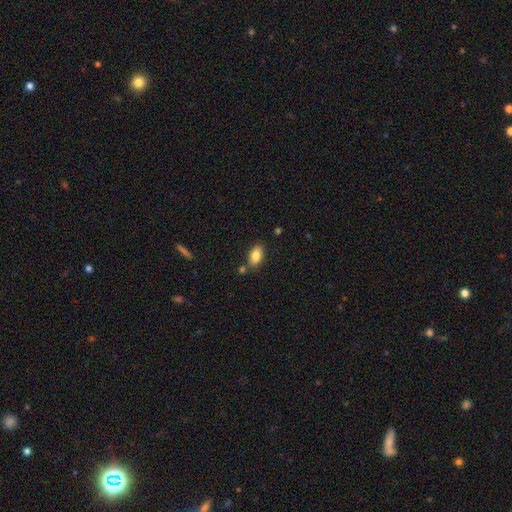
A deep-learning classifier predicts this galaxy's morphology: Q: Smooth or featured?
A: smooth (83%); runner-up: featured or disk (9%)
Q: How rounded?
A: in between (90%); runner-up: round (6%)
Q: Merging?
A: none (75%); runner-up: minor disturbance (13%)